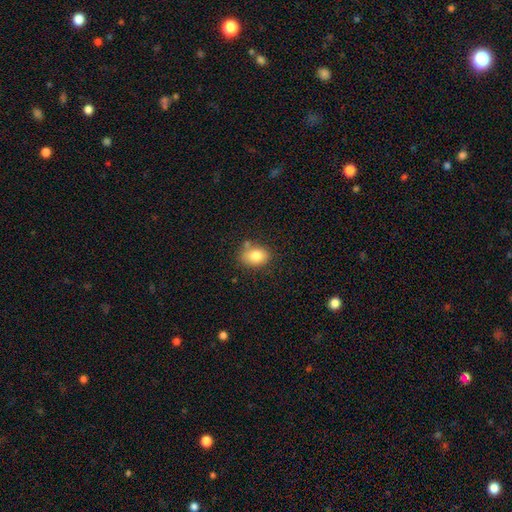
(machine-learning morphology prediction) Q: Smooth or featured?
A: smooth (81%); runner-up: featured or disk (10%)
Q: How rounded?
A: in between (71%); runner-up: round (28%)
Q: Merging?
A: none (72%); runner-up: minor disturbance (17%)